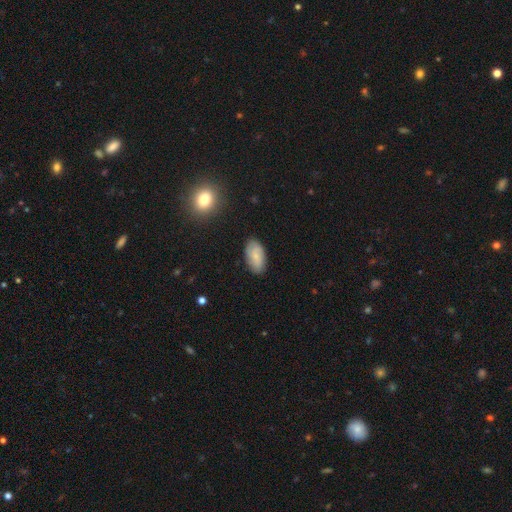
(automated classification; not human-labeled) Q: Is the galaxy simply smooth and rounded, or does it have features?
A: smooth — 68%.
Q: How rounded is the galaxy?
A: in between — 93%.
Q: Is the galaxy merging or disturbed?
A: none — 83%.